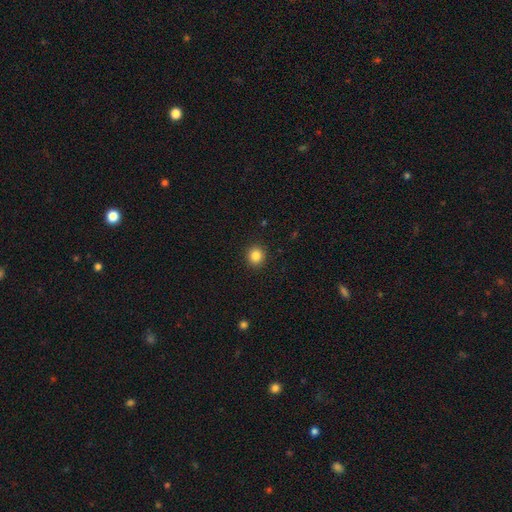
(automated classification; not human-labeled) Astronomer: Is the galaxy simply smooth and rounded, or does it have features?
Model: smooth — 85%.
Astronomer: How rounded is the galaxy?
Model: round — 90%.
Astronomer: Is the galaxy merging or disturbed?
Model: none — 92%.